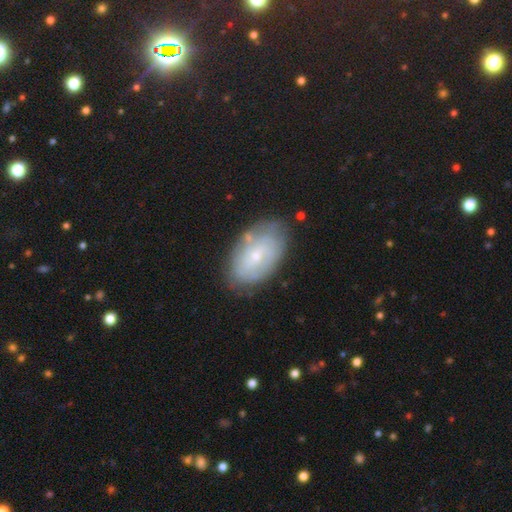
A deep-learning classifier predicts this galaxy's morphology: Smooth or featured? Predicted: featured or disk (p=0.60). Edge-on disk? Predicted: no (p=0.95). Bar? Predicted: no (p=0.64). Spiral arms? Predicted: yes (p=0.69). Bulge size? Predicted: small (p=0.69). Merging? Predicted: none (p=0.73).